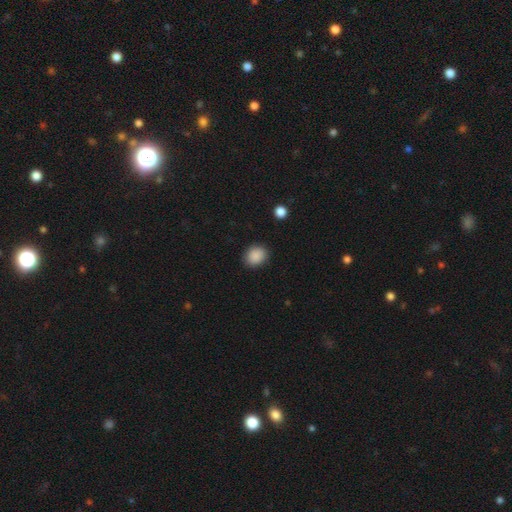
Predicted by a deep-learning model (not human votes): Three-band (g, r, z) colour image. It shows a smooth galaxy with no disk features (89%) that is round (55%). Merging: none (87%).